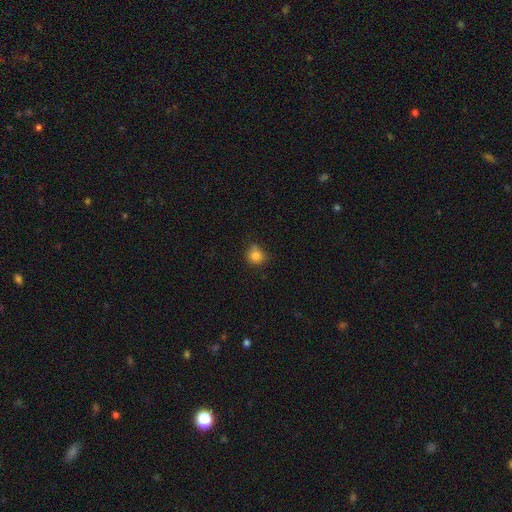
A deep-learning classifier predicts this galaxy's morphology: Smooth or featured? Predicted: smooth (p=0.83). How rounded? Predicted: round (p=0.85). Merging? Predicted: none (p=0.69).